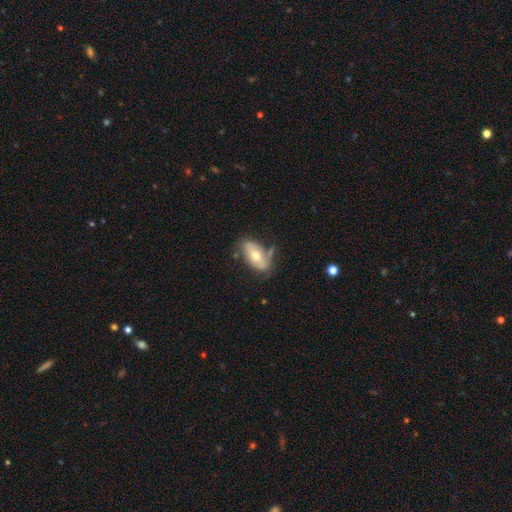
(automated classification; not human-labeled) smooth_or_featured: smooth (p=0.54) [alt: featured or disk p=0.40]
how_rounded: in between (p=0.90) [alt: cigar-shaped p=0.06]
merging: none (p=0.56) [alt: minor disturbance p=0.26]